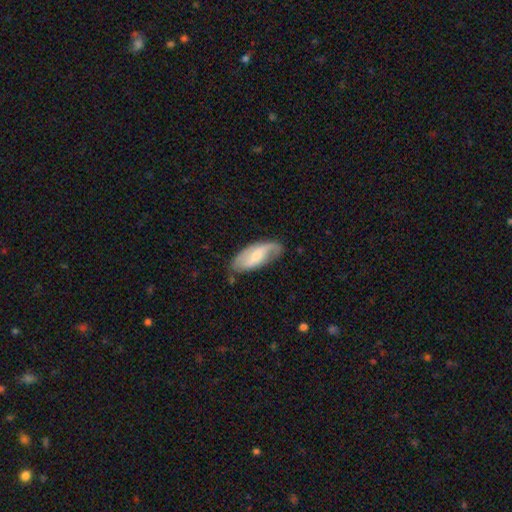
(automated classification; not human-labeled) Morphology: type=featured or disk (59%); edge-on=no (91%); bar=weak (48%); spiral arms=yes (87%); bulge=small (48%); merging=none (65%).